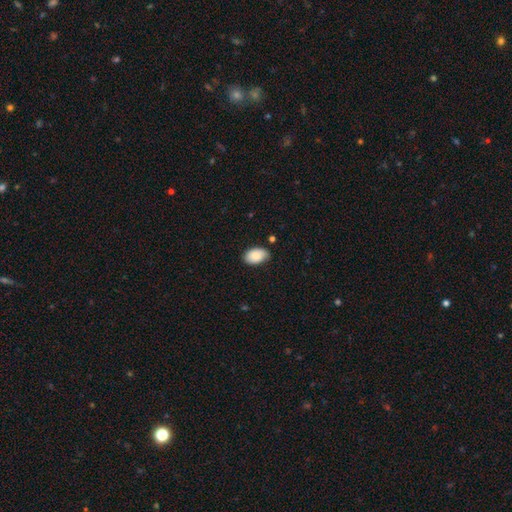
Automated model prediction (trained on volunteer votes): A smooth galaxy with no disk features (88%) that is in between round and cigar-shaped (92%).

Vote fractions:
- Smooth or featured? smooth: 88% / star or artifact: 6% / featured or disk: 5%
- How rounded? in between: 92% / round: 7% / cigar-shaped: 1%
- Merging? none: 78% / minor disturbance: 18% / major disturbance: 3% / merger: 2%